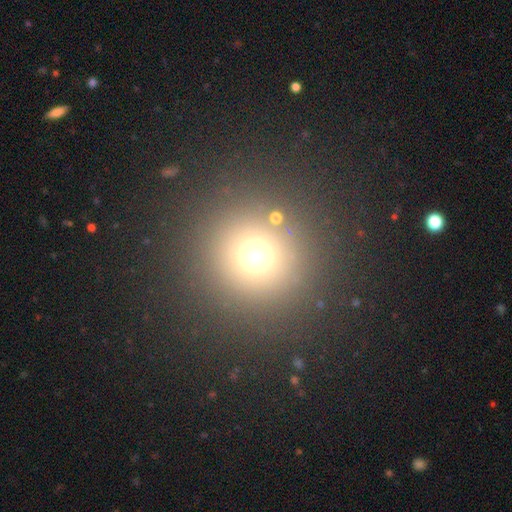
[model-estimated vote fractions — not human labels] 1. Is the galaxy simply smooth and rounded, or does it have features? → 67% smooth, 26% star or artifact, 8% featured or disk.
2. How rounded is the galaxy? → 95% round, 5% in between, 1% cigar-shaped.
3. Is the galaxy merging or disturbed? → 86% none, 6% minor disturbance, 4% major disturbance, 4% merger.